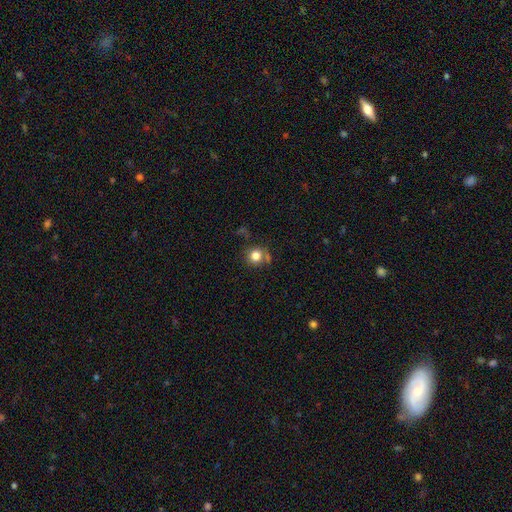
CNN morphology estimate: Smooth or featured? Predicted: smooth (p=0.81). How rounded? Predicted: round (p=0.88). Merging? Predicted: none (p=0.69).